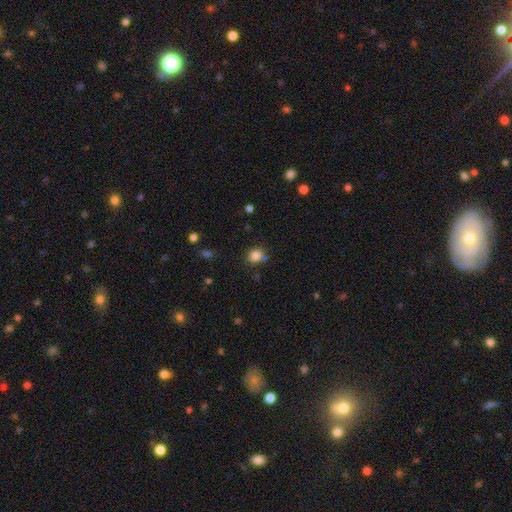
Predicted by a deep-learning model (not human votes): smooth-or-featured: smooth: 82% | star or artifact: 12% | featured or disk: 6%
  how-rounded: round: 73% | in between: 26% | cigar-shaped: 1%
  merging: none: 69% | minor disturbance: 14% | merger: 13% | major disturbance: 4%